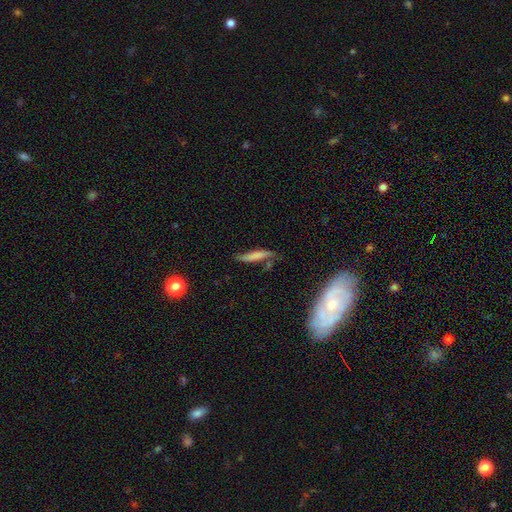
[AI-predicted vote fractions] Overall: smooth (67%). How rounded: cigar-shaped (87%). Merging: none (58%; minor disturbance 27%).